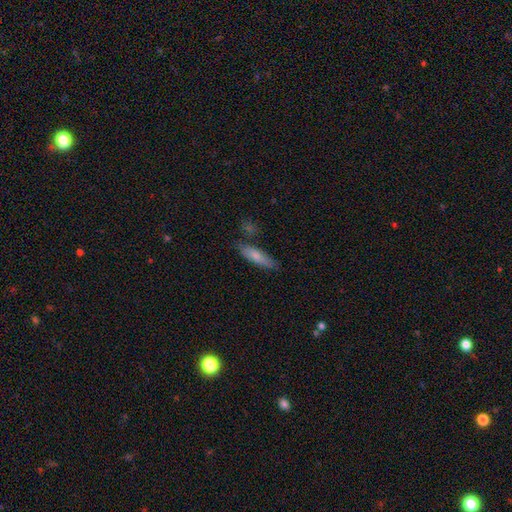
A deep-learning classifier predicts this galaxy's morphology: Q: Smooth or featured?
A: smooth (76%); runner-up: featured or disk (18%)
Q: How rounded?
A: cigar-shaped (67%); runner-up: in between (31%)
Q: Merging?
A: none (75%); runner-up: minor disturbance (16%)